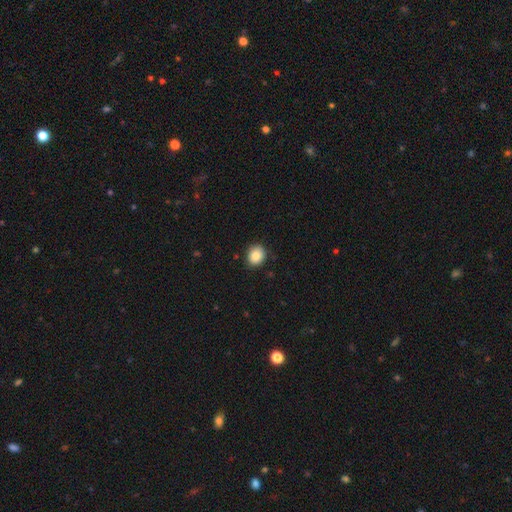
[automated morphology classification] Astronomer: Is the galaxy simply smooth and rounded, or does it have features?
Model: smooth — 84%.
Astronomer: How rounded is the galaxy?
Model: round — 70%.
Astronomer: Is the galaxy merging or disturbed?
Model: none — 87%.